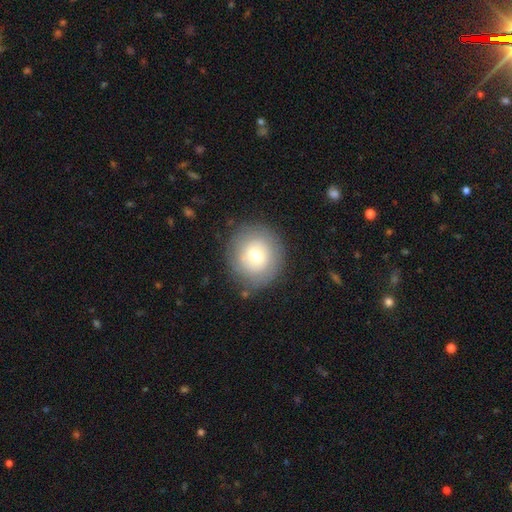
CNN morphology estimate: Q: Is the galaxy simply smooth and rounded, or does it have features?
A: smooth — 61%.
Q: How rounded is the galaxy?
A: round — 86%.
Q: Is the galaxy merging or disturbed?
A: none — 82%.